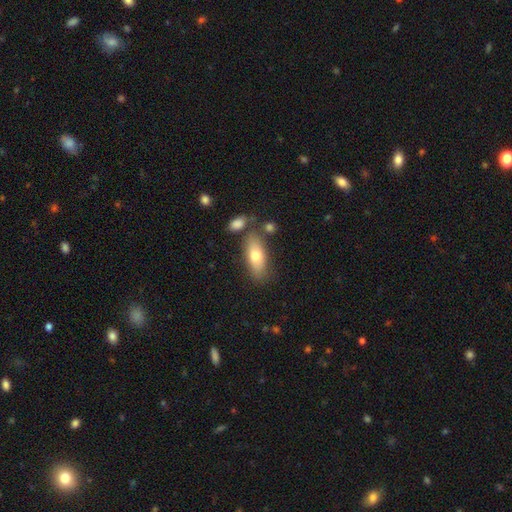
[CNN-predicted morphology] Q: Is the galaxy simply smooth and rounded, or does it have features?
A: smooth — 71%.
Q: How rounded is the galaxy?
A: in between — 77%.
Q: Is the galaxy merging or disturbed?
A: none — 71%.